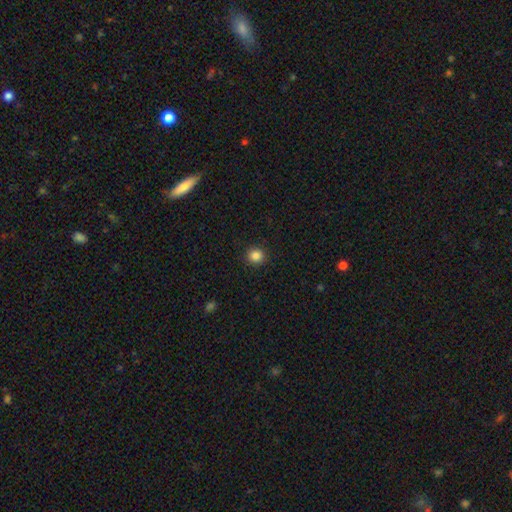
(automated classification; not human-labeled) Smooth or featured? smooth (85%)
How rounded? round (91%)
Merging? none (92%)